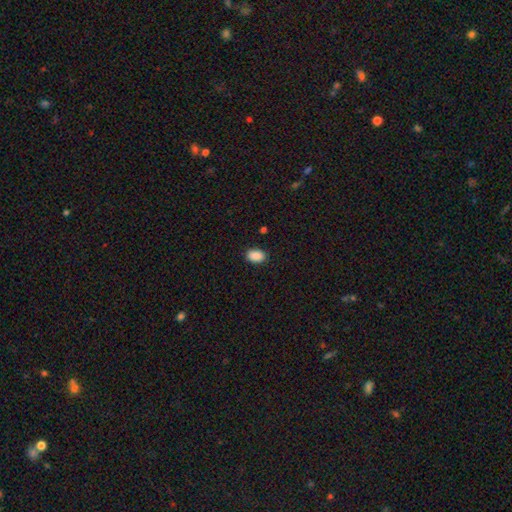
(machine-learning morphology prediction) Smooth or featured? smooth (90%)
How rounded? in between (84%)
Merging? none (88%)